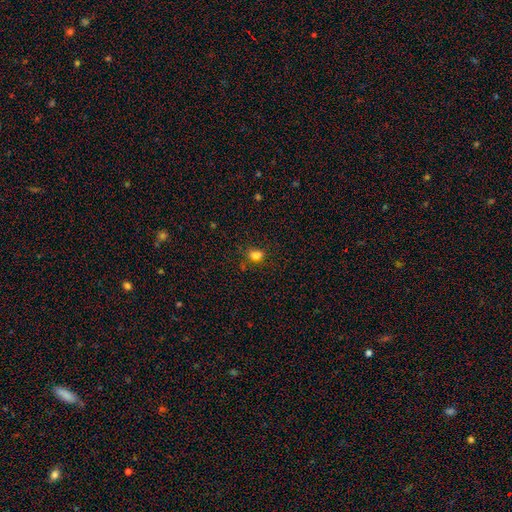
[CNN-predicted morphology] smooth 78%, star or artifact 16%, featured or disk 6%. Down the decision tree: how rounded — in between (70%); merging — none (68%).